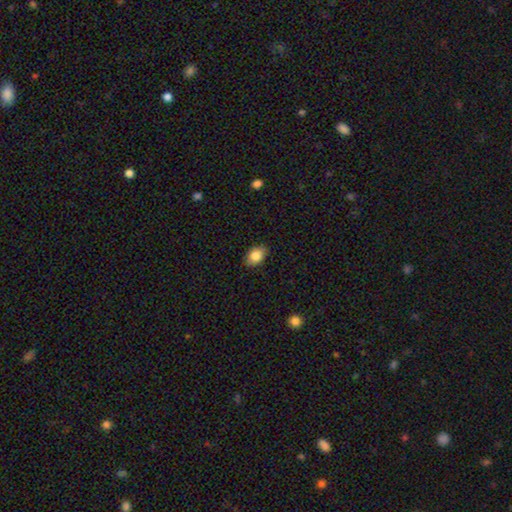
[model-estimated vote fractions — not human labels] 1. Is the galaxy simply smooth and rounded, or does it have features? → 84% smooth, 8% star or artifact, 8% featured or disk.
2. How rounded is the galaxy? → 85% in between, 13% round, 1% cigar-shaped.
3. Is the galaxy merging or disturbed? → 87% none, 10% minor disturbance, 2% major disturbance, 1% merger.